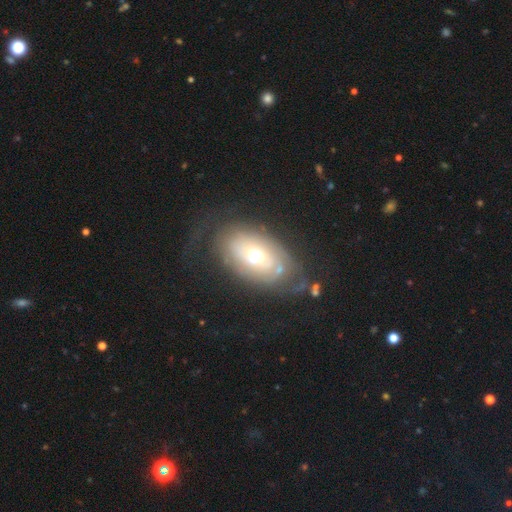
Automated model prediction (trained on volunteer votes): Overall: featured or disk (59%; smooth 33%). Edge-on disk: no (92%). Bar: no (83%). Spiral arms: yes (55%; no 45%). Bulge size: moderate (69%). Merging: none (58%; minor disturbance 22%).